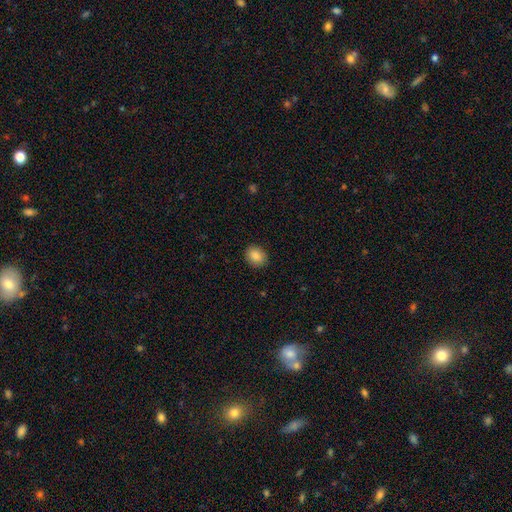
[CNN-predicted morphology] Smooth or featured?
  - smooth: 87% *
  - star or artifact: 8%
  - featured or disk: 5%
How rounded?
  - round: 50% *
  - in between: 49%
  - cigar-shaped: 1%
Merging?
  - none: 89% *
  - minor disturbance: 8%
  - major disturbance: 2%
  - merger: 1%